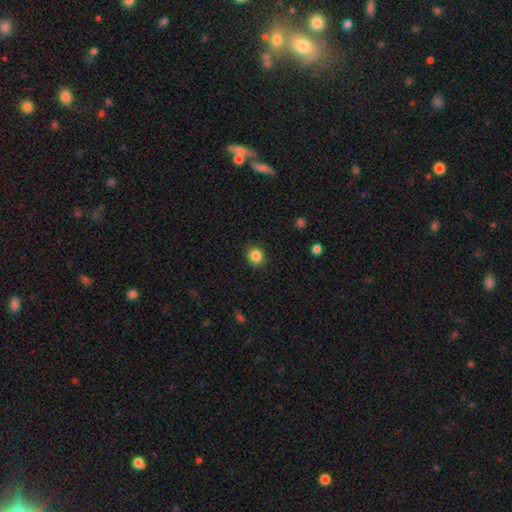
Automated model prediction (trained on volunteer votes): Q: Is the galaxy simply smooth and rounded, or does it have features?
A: smooth — 86%.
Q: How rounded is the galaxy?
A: round — 80%.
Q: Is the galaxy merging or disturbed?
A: none — 89%.